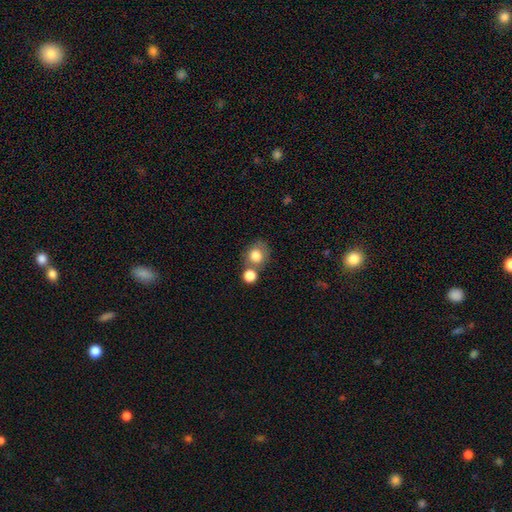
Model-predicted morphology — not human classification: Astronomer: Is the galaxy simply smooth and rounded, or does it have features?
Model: smooth — 80%.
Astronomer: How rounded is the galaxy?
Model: round — 73%.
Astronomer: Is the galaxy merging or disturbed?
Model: none — 51% (runner-up: merger, 30%).